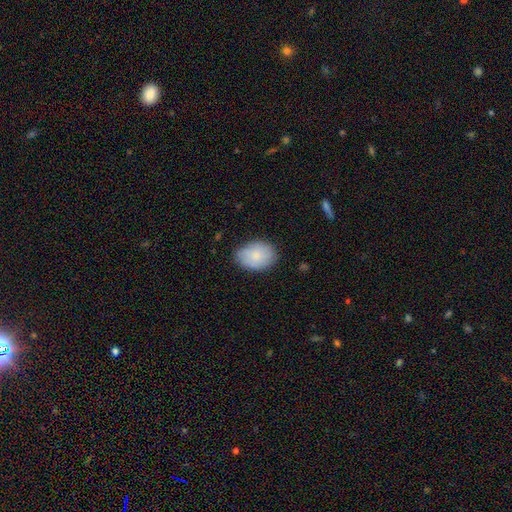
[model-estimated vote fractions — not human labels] Smooth or featured?
  - smooth: 81% *
  - featured or disk: 13%
  - star or artifact: 6%
How rounded?
  - in between: 75% *
  - round: 24%
  - cigar-shaped: 1%
Merging?
  - none: 74% *
  - minor disturbance: 20%
  - major disturbance: 4%
  - merger: 1%